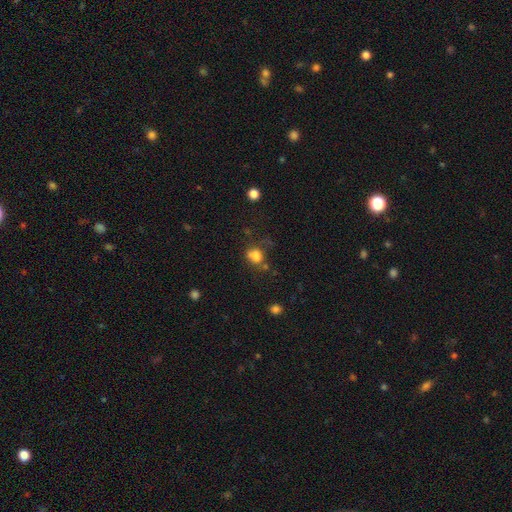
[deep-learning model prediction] A smooth galaxy with no disk features (73%) that is round (57%). Merging: none (38%).